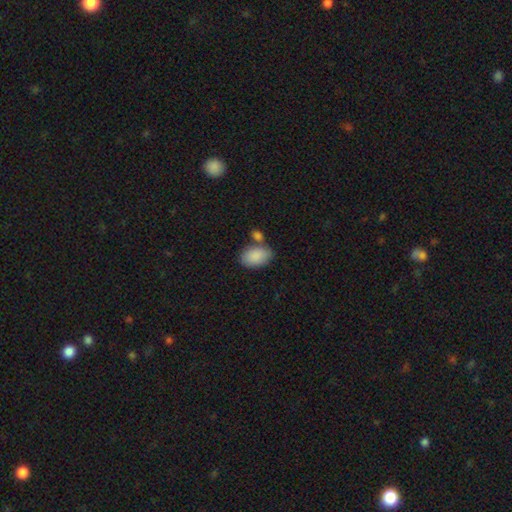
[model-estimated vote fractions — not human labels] The model was most divided on "merging": none: 56%, merger: 23%, minor disturbance: 16%, major disturbance: 5%. More confident: how rounded — in between (92%); smooth or featured — smooth (88%).